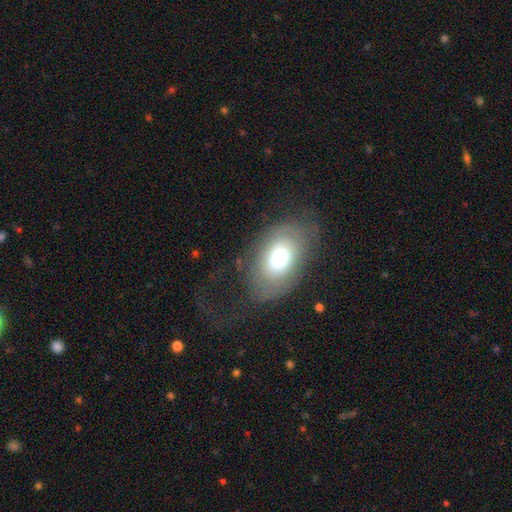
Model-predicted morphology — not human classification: Smooth or featured? Predicted: smooth (p=0.50). Merging? Predicted: none (p=0.64).